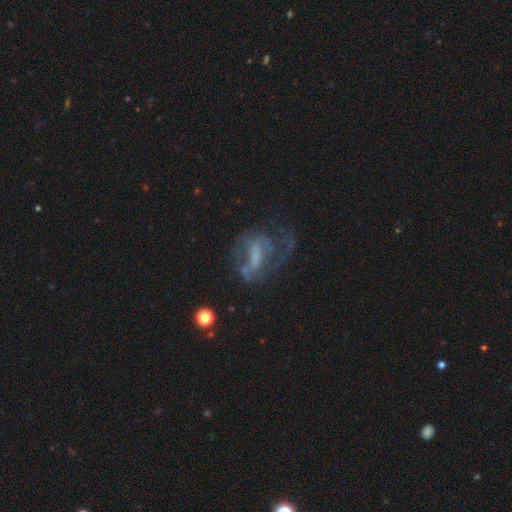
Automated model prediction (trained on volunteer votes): Q: Smooth or featured?
A: featured or disk (71%); runner-up: smooth (16%)
Q: Edge-on disk?
A: no (94%); runner-up: yes (6%)
Q: Bar?
A: weak (36%); runner-up: strong (34%)
Q: Spiral arms?
A: yes (66%); runner-up: no (34%)
Q: Bulge size?
A: none (45%); runner-up: small (23%)
Q: Merging?
A: none (40%); runner-up: major disturbance (37%)